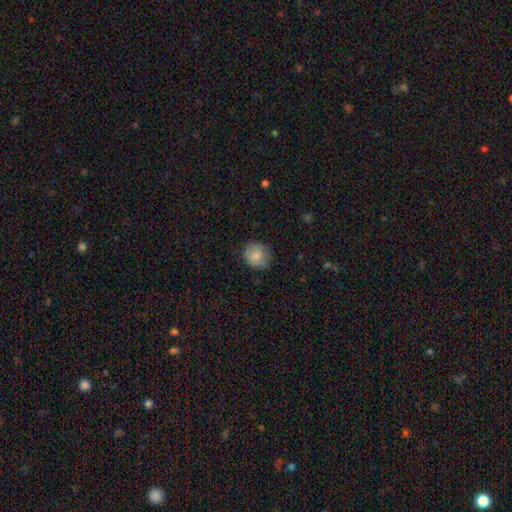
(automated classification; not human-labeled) smooth-or-featured: smooth: 80% | featured or disk: 12% | star or artifact: 7%
  how-rounded: round: 78% | in between: 21% | cigar-shaped: 1%
  merging: none: 80% | minor disturbance: 16% | major disturbance: 3% | merger: 1%